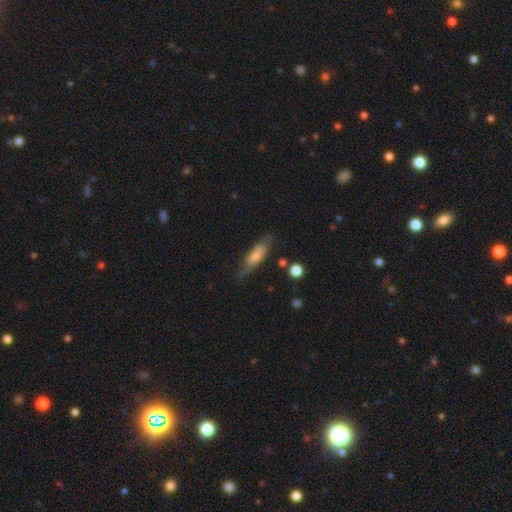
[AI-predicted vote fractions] Smooth or featured: smooth — 53% (featured or disk — 40%)
How rounded: cigar-shaped — 56% (in between — 41%)
Merging: none — 67% (minor disturbance — 23%)